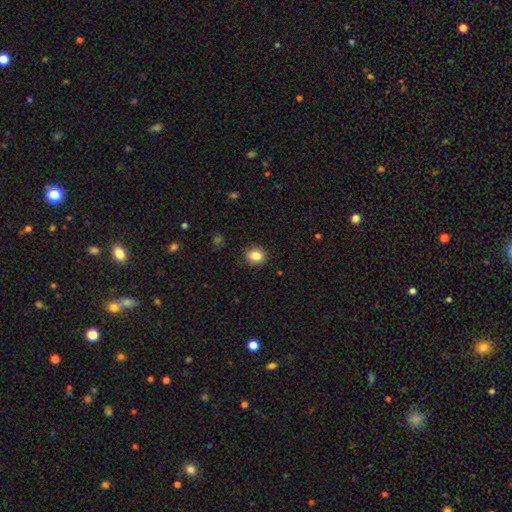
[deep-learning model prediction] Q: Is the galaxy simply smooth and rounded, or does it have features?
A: smooth — 85%.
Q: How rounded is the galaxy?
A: round — 76%.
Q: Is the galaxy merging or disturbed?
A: none — 89%.